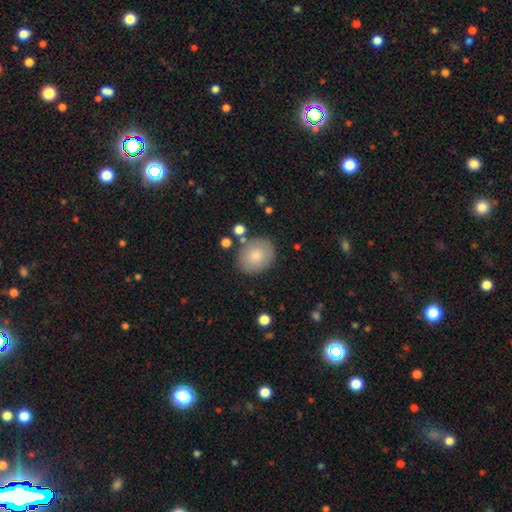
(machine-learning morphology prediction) Overall: smooth (82%). How rounded: round (56%; in between 43%). Merging: none (80%).